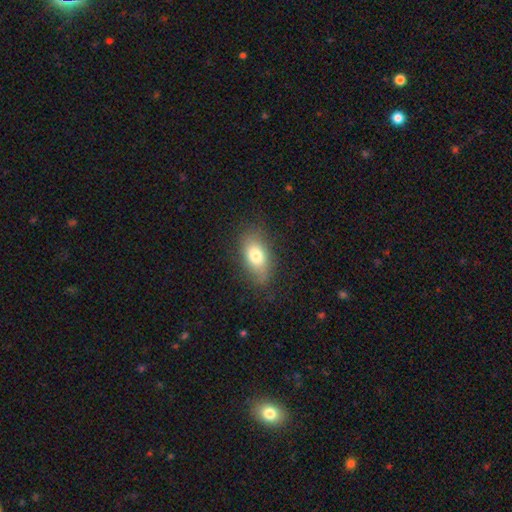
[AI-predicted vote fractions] A smooth galaxy with no disk features (75%) that is in between round and cigar-shaped (88%).

Vote fractions:
- Smooth or featured? smooth: 75% / featured or disk: 17% / star or artifact: 8%
- How rounded? in between: 88% / round: 8% / cigar-shaped: 5%
- Merging? none: 75% / minor disturbance: 18% / major disturbance: 5% / merger: 1%